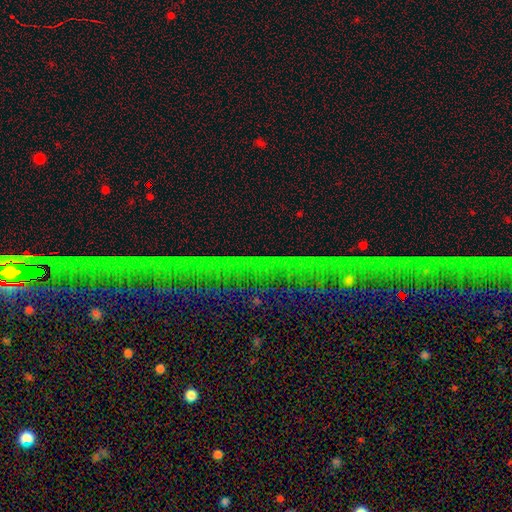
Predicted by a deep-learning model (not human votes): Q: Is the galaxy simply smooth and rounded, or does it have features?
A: star or artifact — 84%.